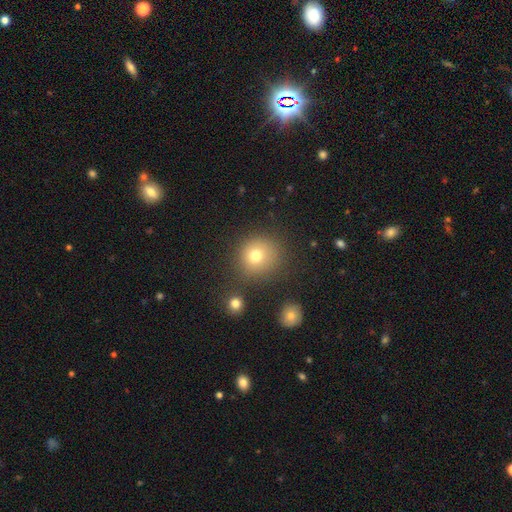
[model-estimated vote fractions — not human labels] Overall: smooth (75%). How rounded: round (89%). Merging: none (79%).